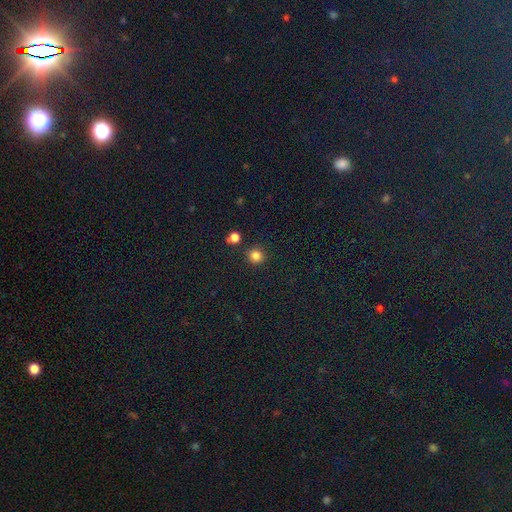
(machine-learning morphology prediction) Q: Smooth or featured?
A: smooth (83%); runner-up: star or artifact (13%)
Q: How rounded?
A: round (92%); runner-up: in between (7%)
Q: Merging?
A: none (87%); runner-up: minor disturbance (7%)